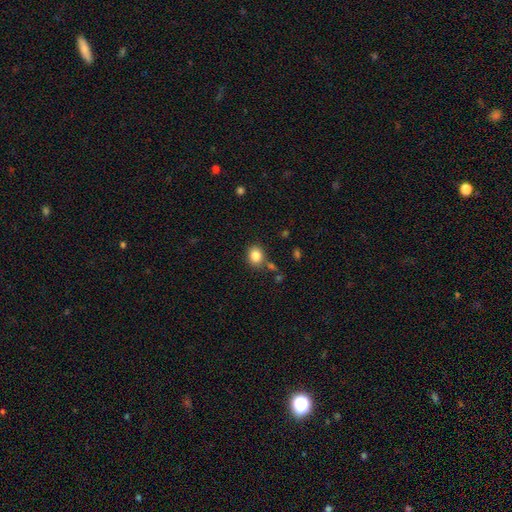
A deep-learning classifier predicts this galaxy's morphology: The model was most divided on "how rounded": round: 64%, in between: 35%, cigar-shaped: 1%. More confident: smooth or featured — smooth (84%); merging — none (76%).